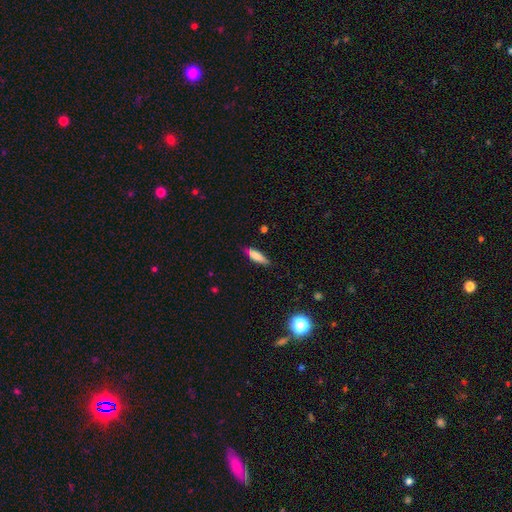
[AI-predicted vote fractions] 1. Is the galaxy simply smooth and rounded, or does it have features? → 78% smooth, 15% featured or disk, 7% star or artifact.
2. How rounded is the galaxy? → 57% cigar-shaped, 41% in between, 2% round.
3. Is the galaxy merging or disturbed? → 75% none, 20% minor disturbance, 3% major disturbance, 2% merger.